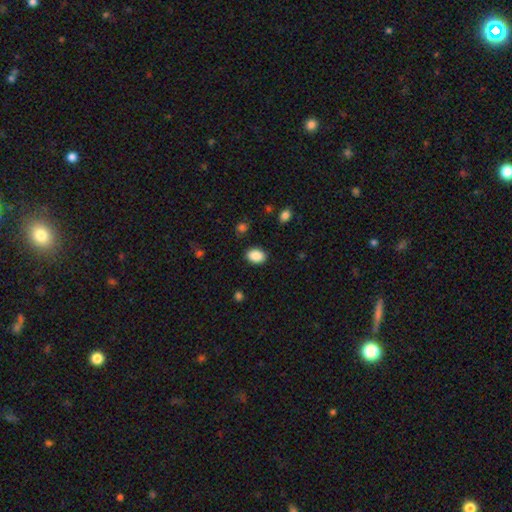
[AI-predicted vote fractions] Smooth or featured? Predicted: smooth (p=0.89). How rounded? Predicted: in between (p=0.78). Merging? Predicted: none (p=0.87).